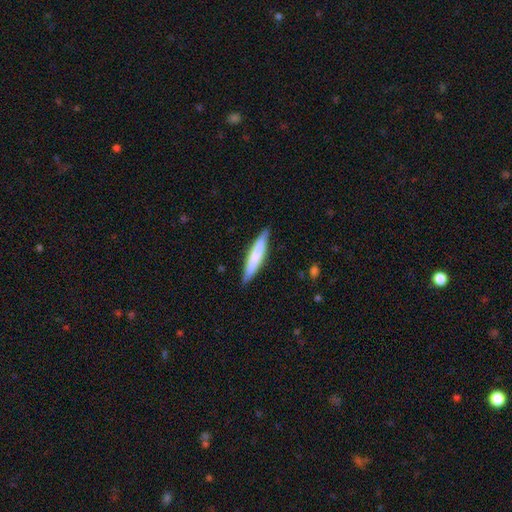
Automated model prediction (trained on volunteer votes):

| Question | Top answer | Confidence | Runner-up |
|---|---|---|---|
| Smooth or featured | smooth | 67% | featured or disk (28%) |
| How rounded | cigar-shaped | 92% | in between (7%) |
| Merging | none | 88% | minor disturbance (9%) |